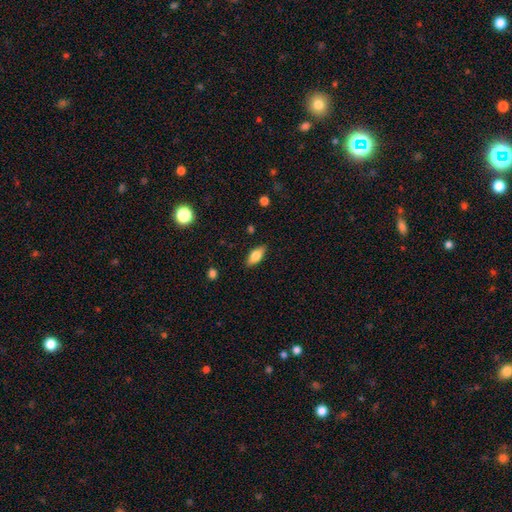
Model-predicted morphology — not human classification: This is likely a smooth galaxy (72%). How rounded: clearly in between (82%). Merging: clearly none (87%).